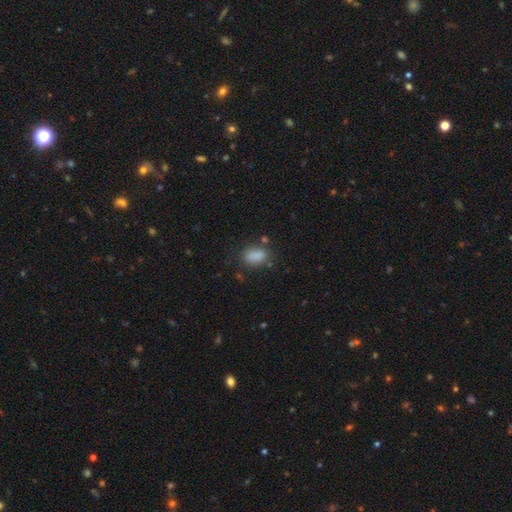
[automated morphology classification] Smooth or featured?
  - smooth: 84% *
  - star or artifact: 10%
  - featured or disk: 6%
How rounded?
  - in between: 82% *
  - round: 15%
  - cigar-shaped: 3%
Merging?
  - none: 70% *
  - minor disturbance: 17%
  - merger: 6%
  - major disturbance: 6%